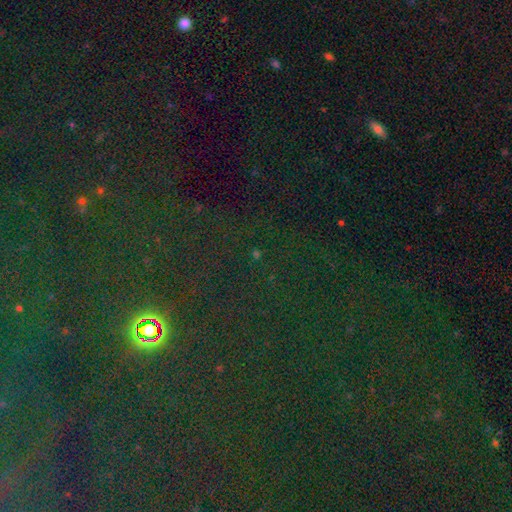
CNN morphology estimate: smooth_or_featured: star or artifact (p=0.80) [alt: smooth p=0.12]